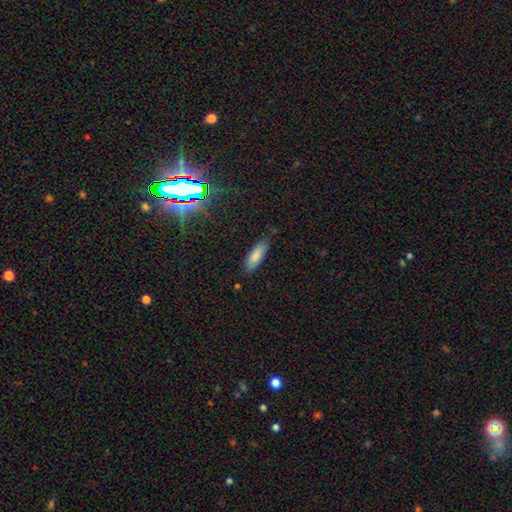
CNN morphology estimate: Q: Smooth or featured?
A: smooth (84%); runner-up: featured or disk (9%)
Q: How rounded?
A: in between (60%); runner-up: cigar-shaped (38%)
Q: Merging?
A: none (80%); runner-up: minor disturbance (16%)